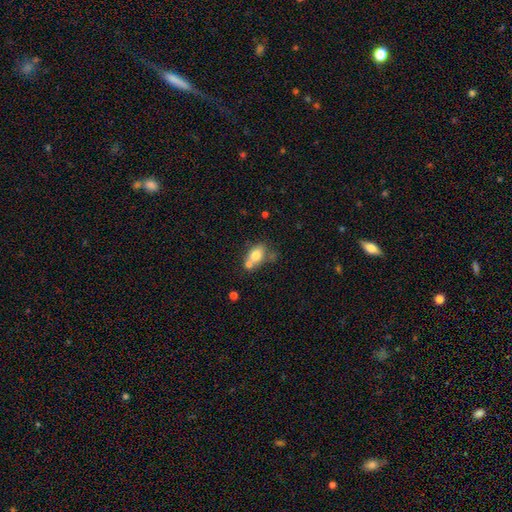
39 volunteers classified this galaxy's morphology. type=smooth (85%); roundness=in between (82%); merging=none (44%).